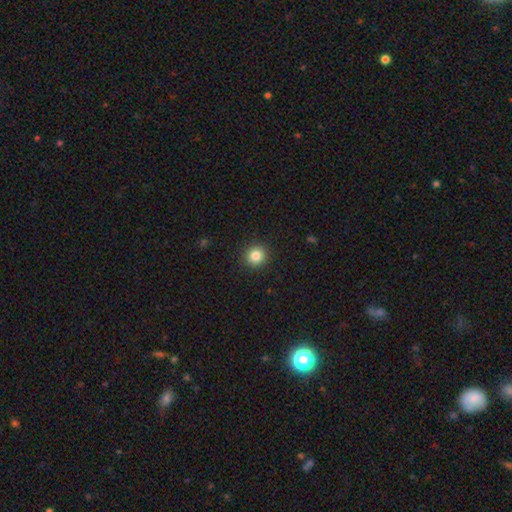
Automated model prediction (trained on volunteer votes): A smooth galaxy with no disk features (85%) that is round (92%). Merging: none (92%).